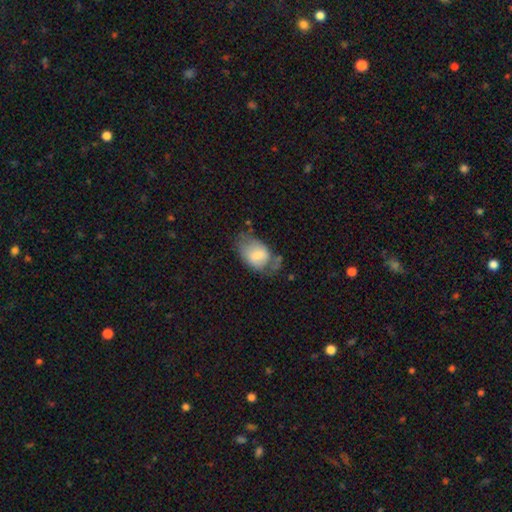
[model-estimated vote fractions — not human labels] smooth_or_featured: smooth (p=0.69) [alt: featured or disk p=0.24]
how_rounded: in between (p=0.82) [alt: round p=0.16]
merging: minor disturbance (p=0.35) [tied with: none p=0.35]